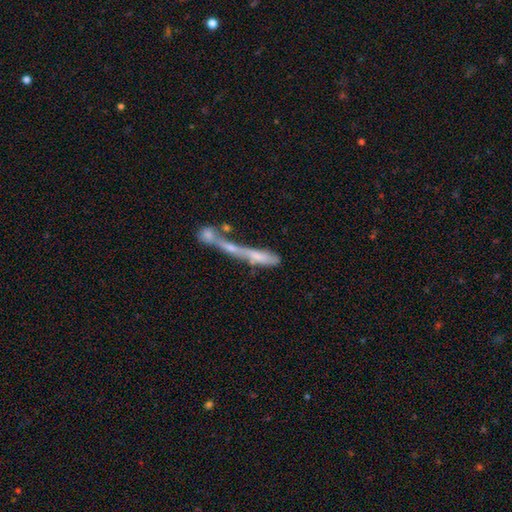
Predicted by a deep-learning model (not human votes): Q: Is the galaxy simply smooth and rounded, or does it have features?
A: featured or disk — 47%.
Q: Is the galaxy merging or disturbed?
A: merger — 59%.